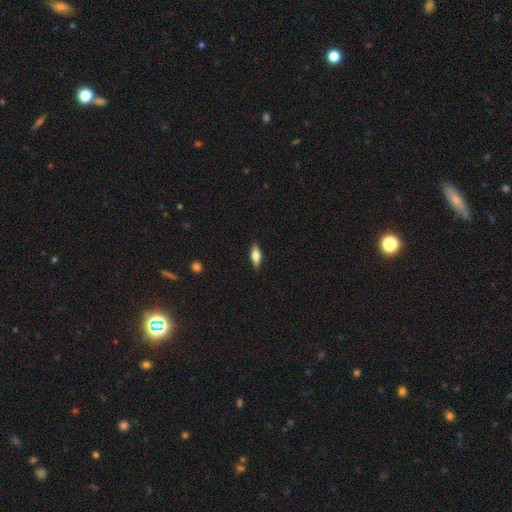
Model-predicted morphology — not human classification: This appears to be a smooth galaxy with no disk features (58%) that is in between round and cigar-shaped (63%). Merging: none (87%).